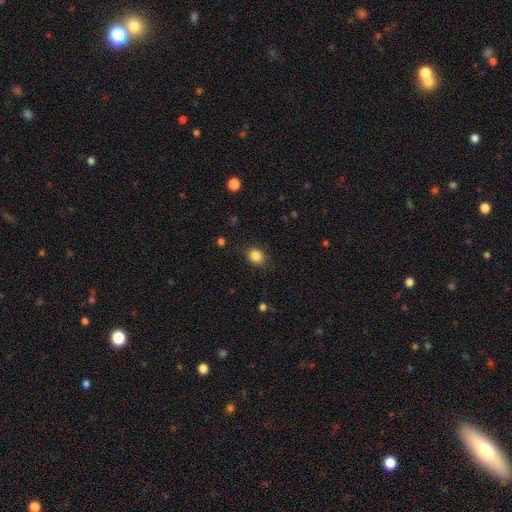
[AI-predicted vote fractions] smooth_or_featured: smooth (p=0.85) [alt: star or artifact p=0.11]
how_rounded: round (p=0.62) [alt: in between p=0.37]
merging: none (p=0.81) [alt: minor disturbance p=0.14]